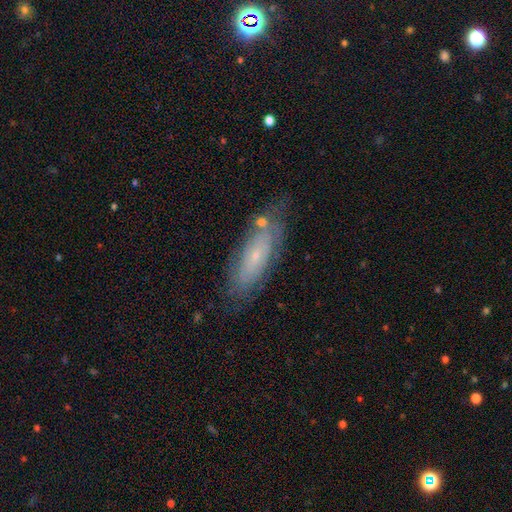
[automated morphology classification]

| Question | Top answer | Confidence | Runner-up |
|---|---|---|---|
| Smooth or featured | featured or disk | 52% | smooth (39%) |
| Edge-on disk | no | 78% | yes (22%) |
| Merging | none | 67% | minor disturbance (21%) |